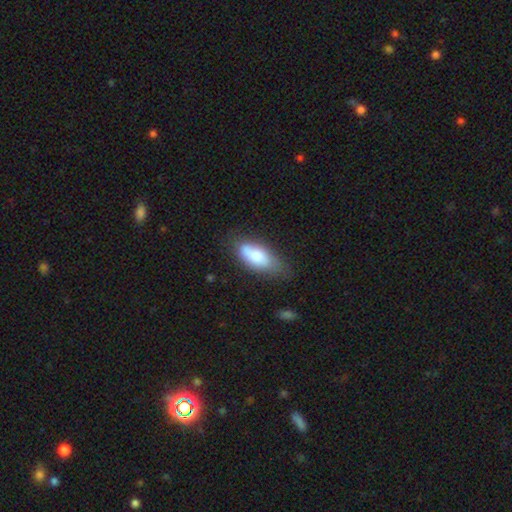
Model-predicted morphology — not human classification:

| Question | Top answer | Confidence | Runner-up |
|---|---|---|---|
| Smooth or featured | smooth | 73% | featured or disk (21%) |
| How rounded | in between | 85% | cigar-shaped (12%) |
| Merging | none | 57% | minor disturbance (30%) |